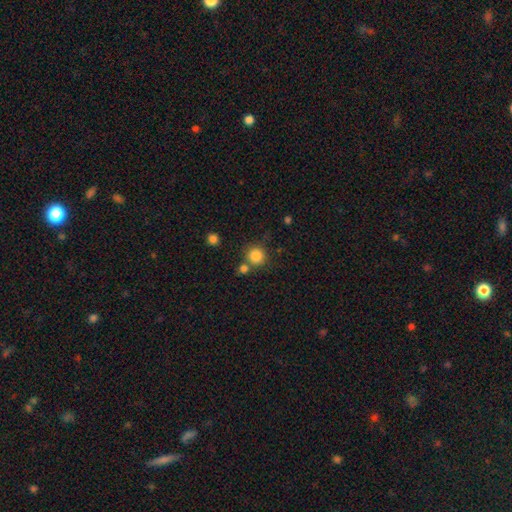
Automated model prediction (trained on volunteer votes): Smooth or featured?
  - smooth: 84% *
  - star or artifact: 11%
  - featured or disk: 5%
How rounded?
  - round: 92% *
  - in between: 7%
  - cigar-shaped: 1%
Merging?
  - none: 71% *
  - merger: 17%
  - minor disturbance: 9%
  - major disturbance: 3%